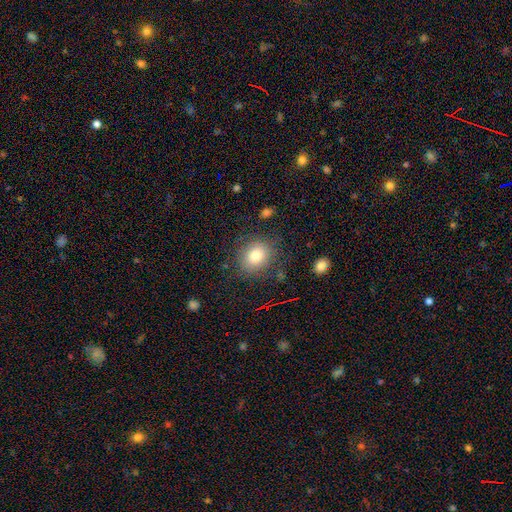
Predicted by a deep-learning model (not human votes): Q: Smooth or featured?
A: smooth (78%); runner-up: star or artifact (11%)
Q: How rounded?
A: round (71%); runner-up: in between (28%)
Q: Merging?
A: none (79%); runner-up: minor disturbance (13%)